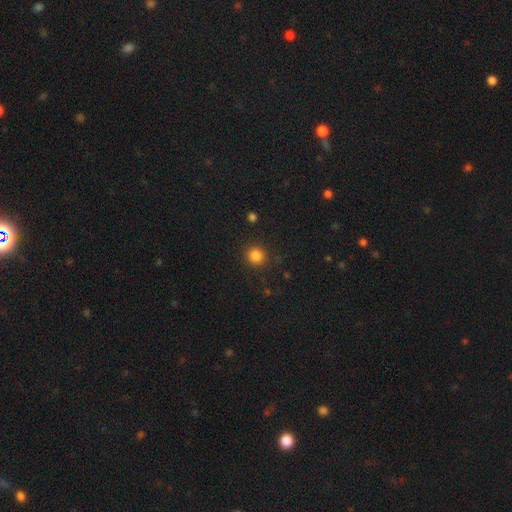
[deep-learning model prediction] A smooth galaxy with no disk features (83%) that is round (92%). Merging: none (90%).